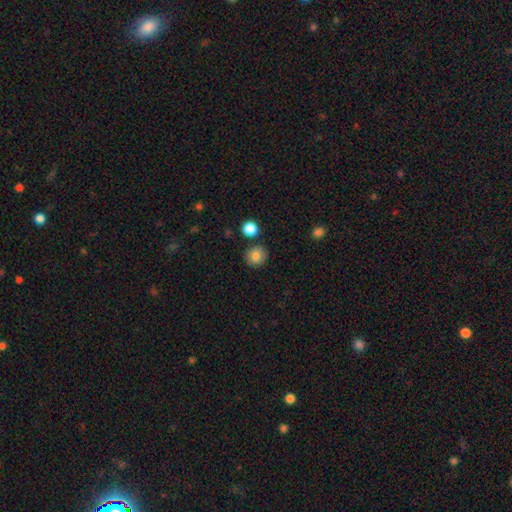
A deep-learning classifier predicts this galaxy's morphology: This is clearly a smooth galaxy (82%). How rounded: clearly round (86%). Merging: clearly none (86%).